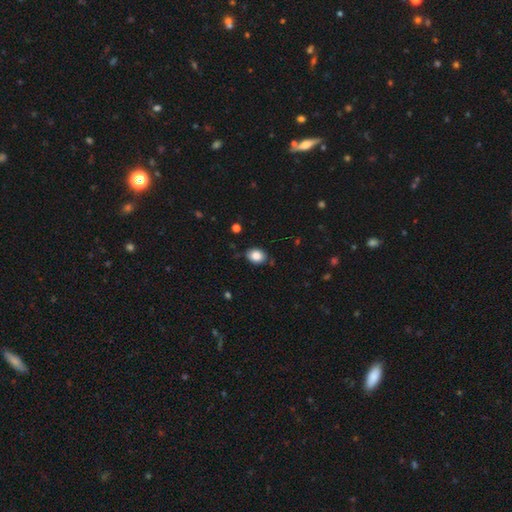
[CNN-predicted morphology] Smooth or featured?
  - smooth: 85% *
  - star or artifact: 8%
  - featured or disk: 6%
How rounded?
  - in between: 68% *
  - round: 31%
  - cigar-shaped: 1%
Merging?
  - none: 81% *
  - minor disturbance: 15%
  - major disturbance: 3%
  - merger: 2%